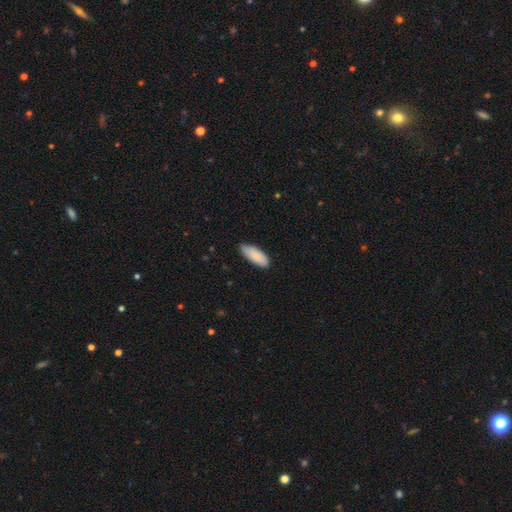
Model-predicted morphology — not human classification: Smooth or featured? Predicted: smooth (p=0.88). How rounded? Predicted: in between (p=0.78). Merging? Predicted: none (p=0.78).